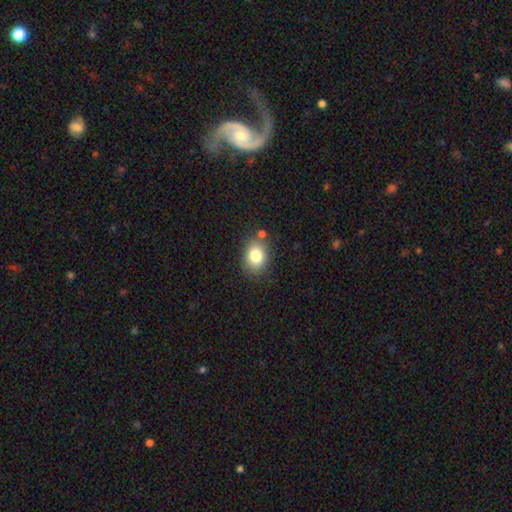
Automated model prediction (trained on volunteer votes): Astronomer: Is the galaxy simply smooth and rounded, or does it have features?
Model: smooth — 81%.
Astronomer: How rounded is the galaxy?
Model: in between — 60% (runner-up: round, 39%).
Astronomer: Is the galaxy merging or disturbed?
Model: none — 77%.